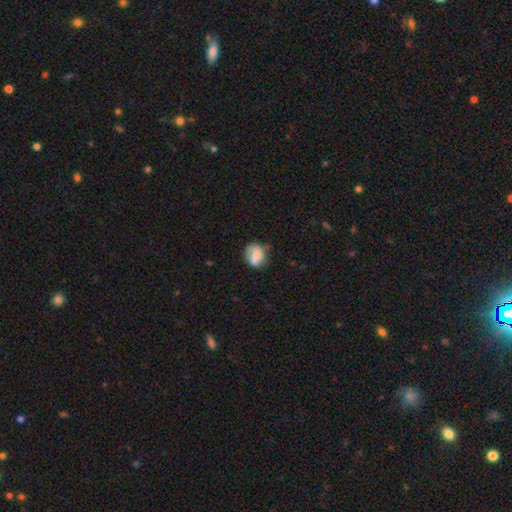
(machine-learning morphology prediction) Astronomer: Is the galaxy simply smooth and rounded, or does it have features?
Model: smooth — 71%.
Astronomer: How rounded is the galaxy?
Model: round — 58% (runner-up: in between, 41%).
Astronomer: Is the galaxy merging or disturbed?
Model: none — 50% (runner-up: minor disturbance, 28%).